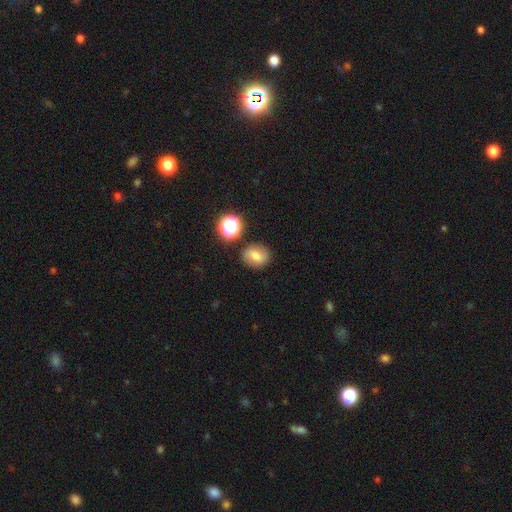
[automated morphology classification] Overall: smooth (66%). How rounded: round (66%; in between 33%). Merging: none (81%).